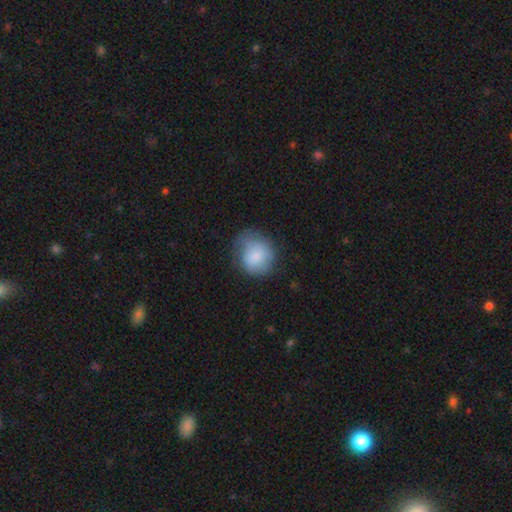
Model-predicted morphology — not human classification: This is likely a smooth galaxy (79%). How rounded: clearly round (81%). Merging: possibly none (54%).